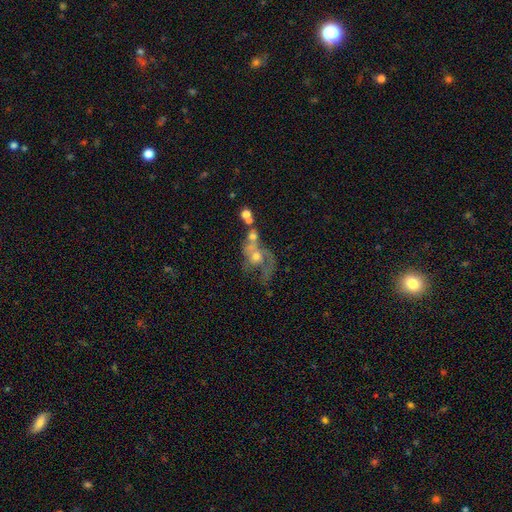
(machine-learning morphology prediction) Smooth or featured? featured or disk (60%)
Edge-on disk? no (95%)
Bar? no (82%)
Spiral arms? no (53%)
Bulge size? moderate (56%)
Merging? merger (38%)